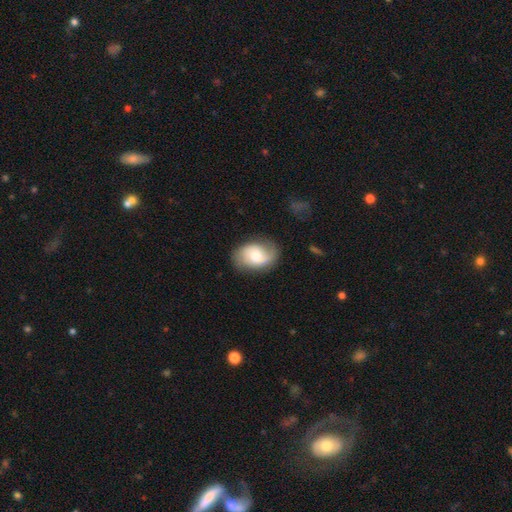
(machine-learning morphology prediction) Smooth or featured: featured or disk — 49% (smooth — 43%)
Merging: none — 75% (minor disturbance — 17%)